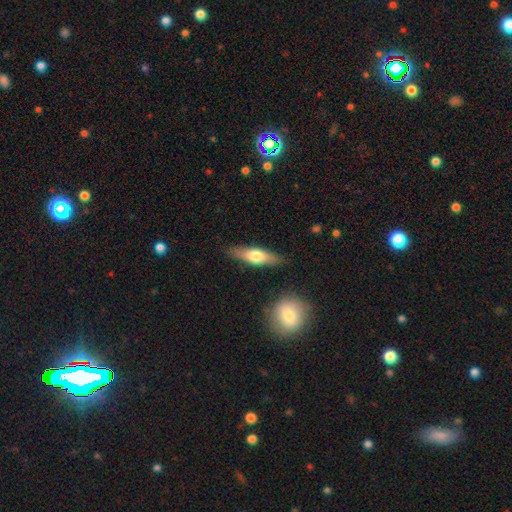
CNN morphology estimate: Smooth or featured? Predicted: smooth (p=0.56). How rounded? Predicted: cigar-shaped (p=0.55). Merging? Predicted: none (p=0.83).